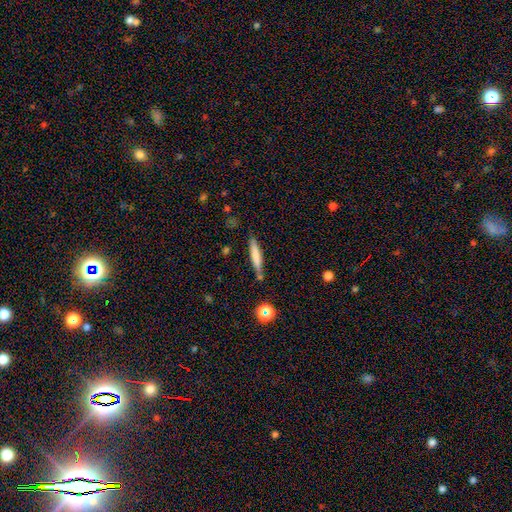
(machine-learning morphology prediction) smooth_or_featured: smooth (p=0.69) [alt: featured or disk p=0.24]
how_rounded: cigar-shaped (p=0.91) [alt: in between p=0.08]
merging: none (p=0.76) [alt: minor disturbance p=0.15]